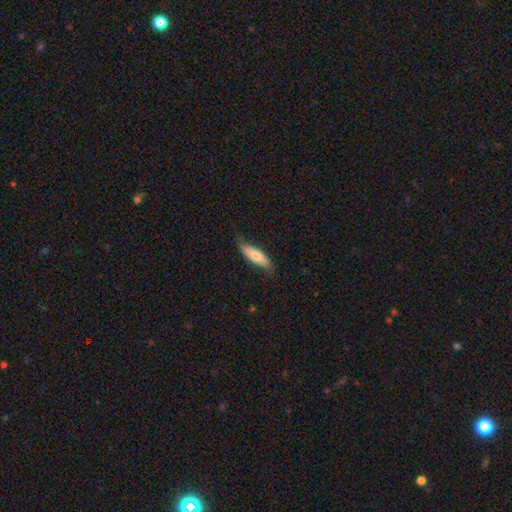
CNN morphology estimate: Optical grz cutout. It shows a smooth galaxy with no disk features (69%) that is in between round and cigar-shaped (53%). Merging: none (74%).